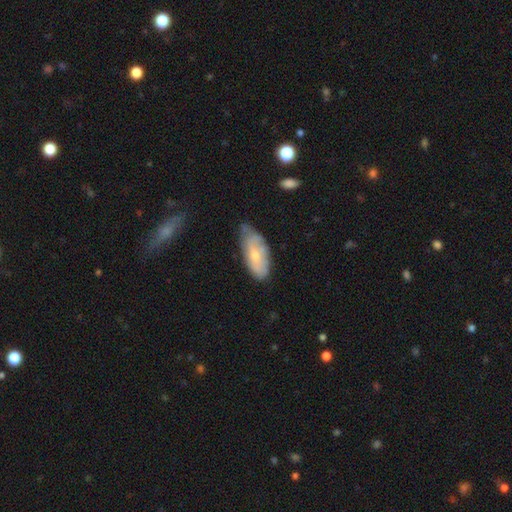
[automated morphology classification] The model was most divided on "merging": none: 49%, minor disturbance: 40%, major disturbance: 9%, merger: 3%. More confident: how rounded — in between (85%); smooth or featured — smooth (55%).